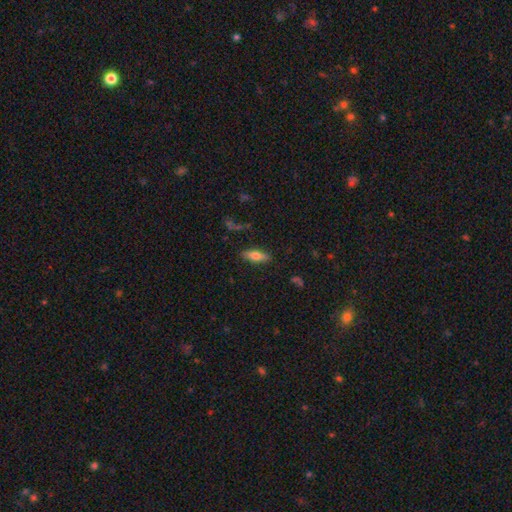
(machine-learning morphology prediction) This is likely a smooth galaxy (66%). How rounded: possibly in between (54%). Merging: clearly none (85%).